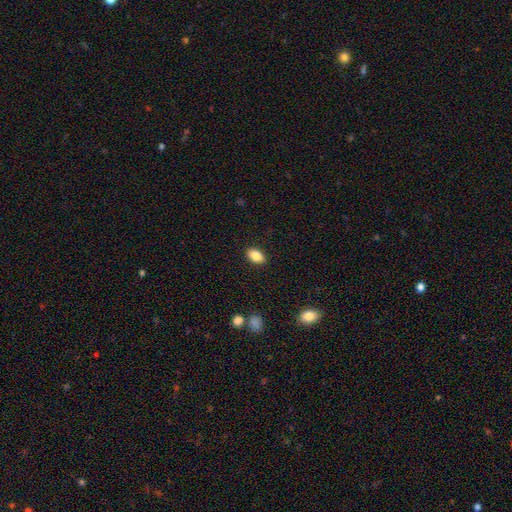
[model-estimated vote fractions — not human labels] Smooth or featured?
  - smooth: 86% *
  - star or artifact: 8%
  - featured or disk: 6%
How rounded?
  - in between: 89% *
  - round: 9%
  - cigar-shaped: 2%
Merging?
  - none: 89% *
  - minor disturbance: 8%
  - major disturbance: 2%
  - merger: 1%